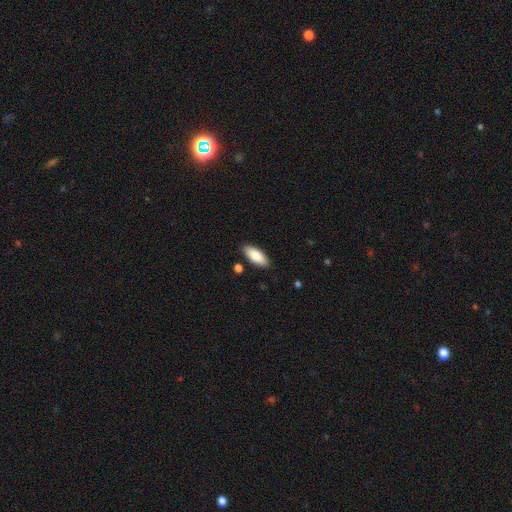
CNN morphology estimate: Overall: smooth (85%). How rounded: in between (84%). Merging: none (87%).